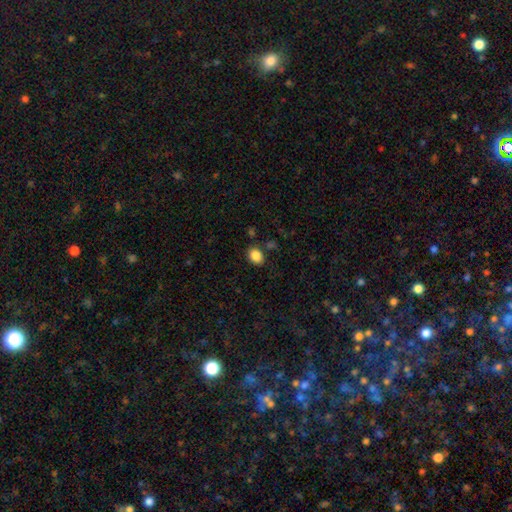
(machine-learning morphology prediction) Overall: smooth (87%). How rounded: in between (66%; round 33%). Merging: none (82%).